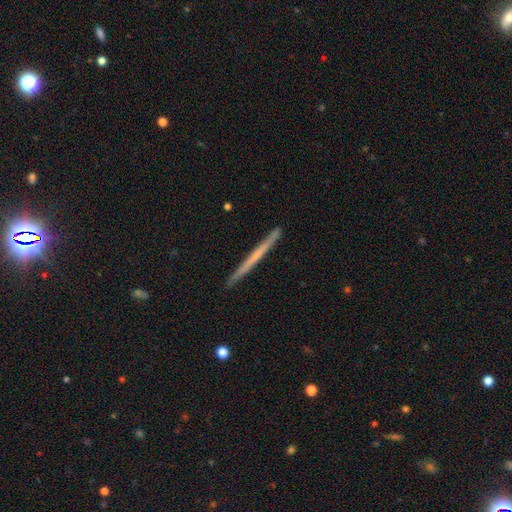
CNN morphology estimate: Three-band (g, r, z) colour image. It shows a featured or disk galaxy (52%) viewed edge-on (98%) with no central bulge (87%). Merging: none (92%).